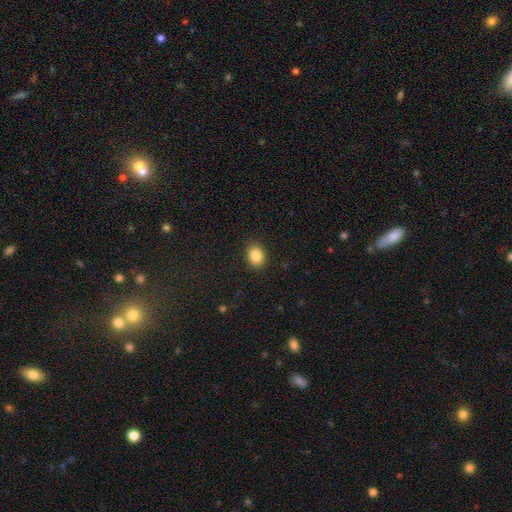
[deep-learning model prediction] Q: Smooth or featured?
A: smooth (87%); runner-up: star or artifact (9%)
Q: How rounded?
A: in between (50%); runner-up: round (49%)
Q: Merging?
A: none (89%); runner-up: minor disturbance (8%)